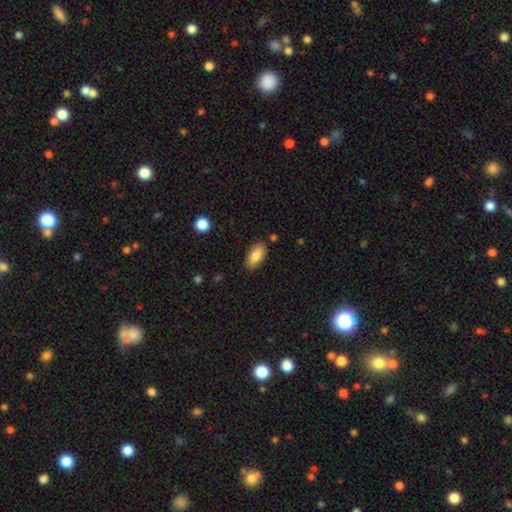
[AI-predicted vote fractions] smooth 84%, featured or disk 9%, star or artifact 7%. Down the decision tree: how rounded — in between (89%); merging — none (85%).